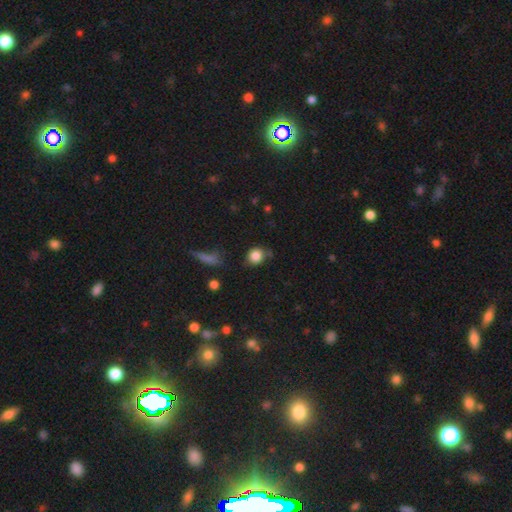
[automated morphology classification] Q: Smooth or featured?
A: smooth (84%); runner-up: star or artifact (10%)
Q: How rounded?
A: round (79%); runner-up: in between (20%)
Q: Merging?
A: none (71%); runner-up: minor disturbance (18%)